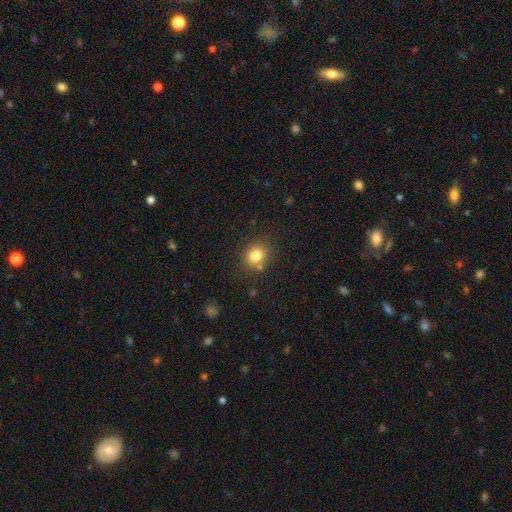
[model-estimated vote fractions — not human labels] smooth 81%, star or artifact 12%, featured or disk 8%. Down the decision tree: how rounded — round (70%); merging — none (77%).